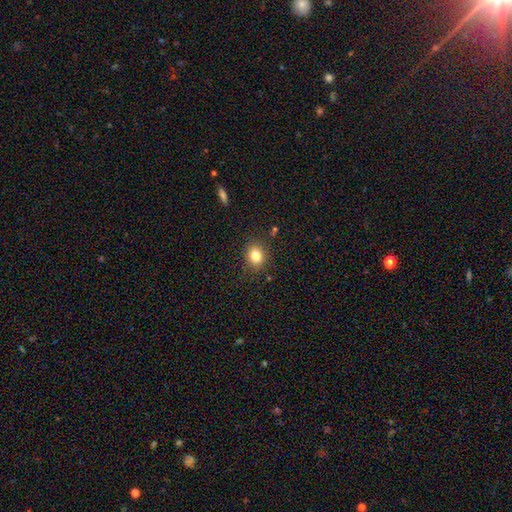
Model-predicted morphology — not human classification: smooth 81%, star or artifact 11%, featured or disk 7%. Down the decision tree: how rounded — round (66%); merging — none (87%).